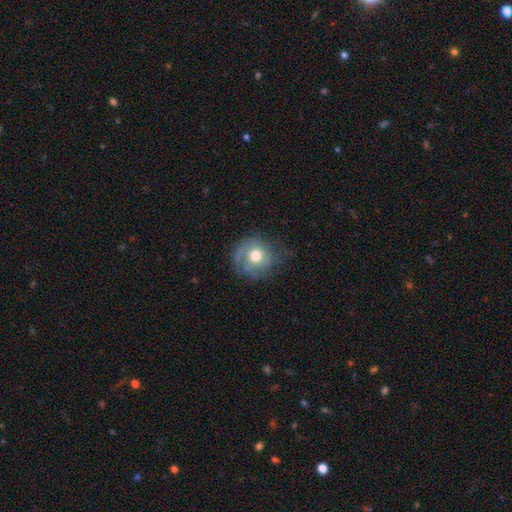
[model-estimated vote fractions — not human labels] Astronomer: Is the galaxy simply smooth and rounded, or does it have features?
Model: smooth — 59%.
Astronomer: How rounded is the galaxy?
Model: round — 88%.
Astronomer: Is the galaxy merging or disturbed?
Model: none — 57%.